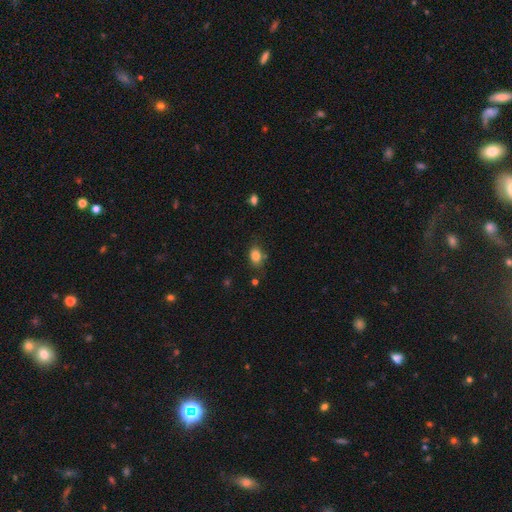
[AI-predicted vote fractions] smooth 84%, star or artifact 10%, featured or disk 6%. Down the decision tree: how rounded — in between (76%); merging — none (69%).